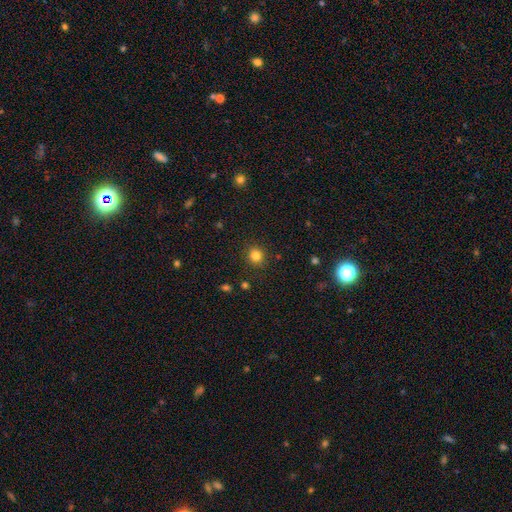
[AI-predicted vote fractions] The model was most divided on "smooth or featured": smooth: 82%, star or artifact: 13%, featured or disk: 5%. More confident: how rounded — round (91%); merging — none (90%).